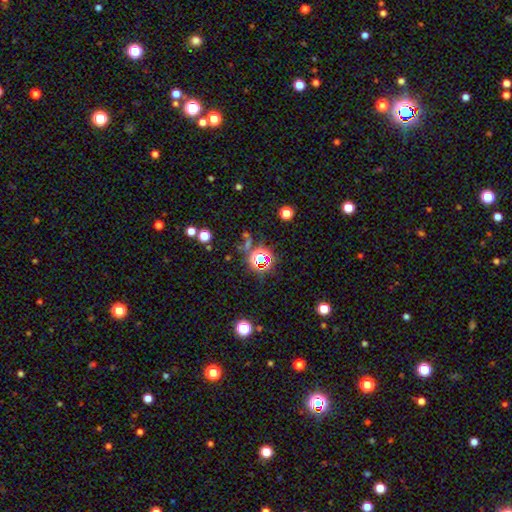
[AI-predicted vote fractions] A star or artifact, not a galaxy (63%).

Vote fractions:
- Smooth or featured? star or artifact: 63% / smooth: 28% / featured or disk: 9%